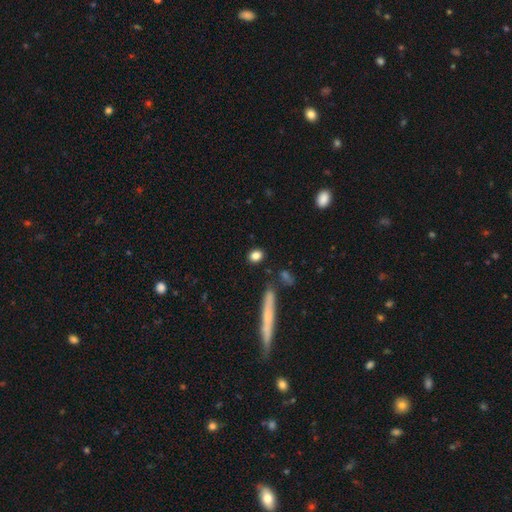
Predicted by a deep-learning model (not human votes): A smooth galaxy with no disk features (84%) that is round (49%). Merging: none (85%).